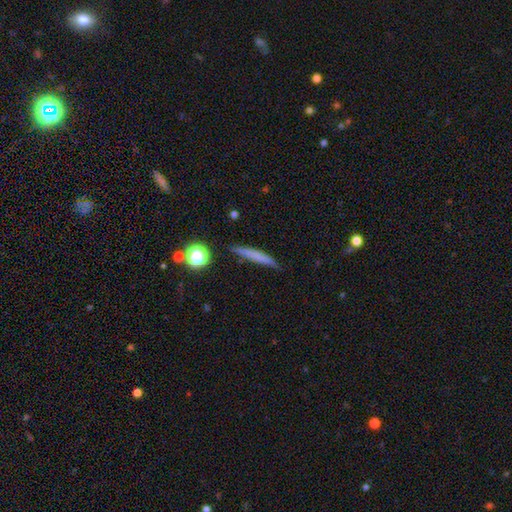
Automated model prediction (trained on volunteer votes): smooth 65%, featured or disk 27%, star or artifact 9%. Down the decision tree: how rounded — cigar-shaped (94%); merging — none (86%).